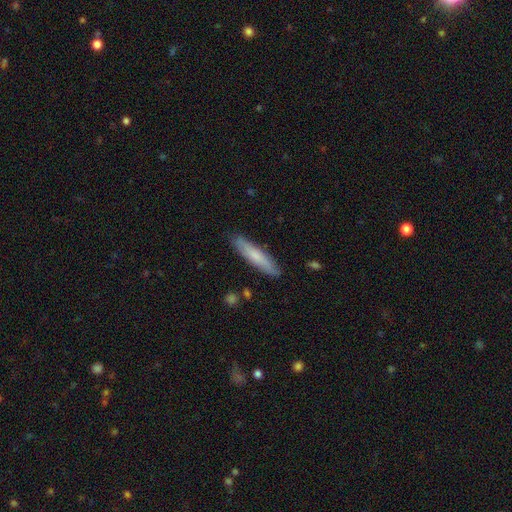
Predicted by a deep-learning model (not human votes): Smooth or featured?
  - smooth: 69% *
  - featured or disk: 25%
  - star or artifact: 6%
How rounded?
  - cigar-shaped: 87% *
  - in between: 12%
  - round: 1%
Merging?
  - none: 87% *
  - minor disturbance: 10%
  - major disturbance: 2%
  - merger: 1%